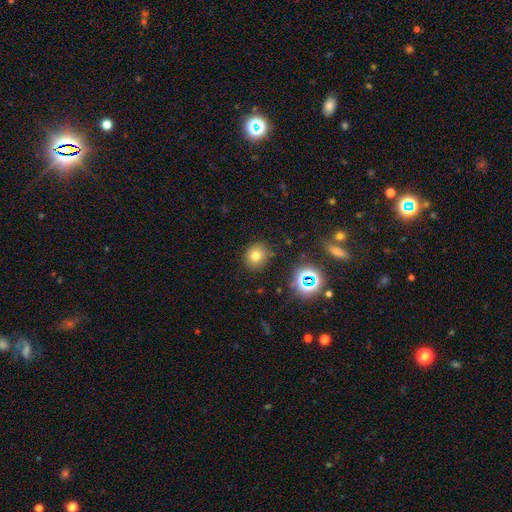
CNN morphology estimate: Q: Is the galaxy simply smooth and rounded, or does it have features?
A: smooth — 72%.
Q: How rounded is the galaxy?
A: round — 79%.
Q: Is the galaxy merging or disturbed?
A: none — 85%.